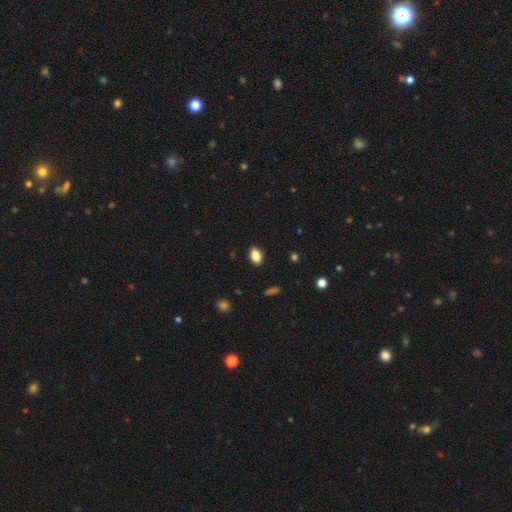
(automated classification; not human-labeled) smooth 85%, star or artifact 8%, featured or disk 7%. Down the decision tree: how rounded — in between (86%); merging — none (88%).